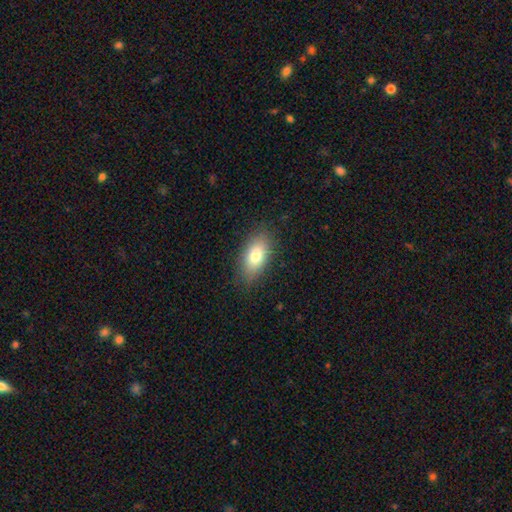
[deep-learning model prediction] A smooth galaxy with no disk features (77%) that is in between round and cigar-shaped (88%). Merging: none (84%).